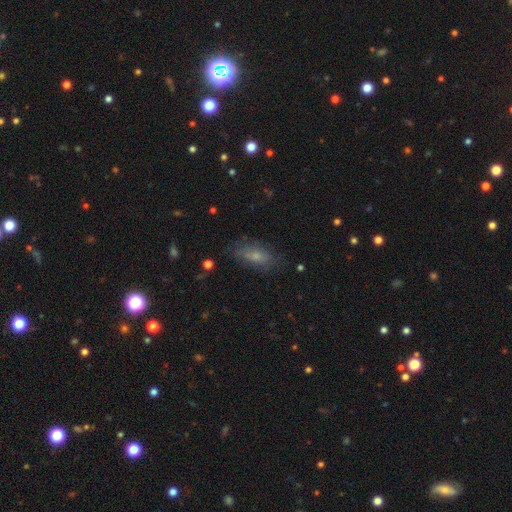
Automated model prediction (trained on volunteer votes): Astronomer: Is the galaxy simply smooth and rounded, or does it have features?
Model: smooth — 65%.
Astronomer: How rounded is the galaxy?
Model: in between — 79%.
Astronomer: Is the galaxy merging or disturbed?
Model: none — 70%.